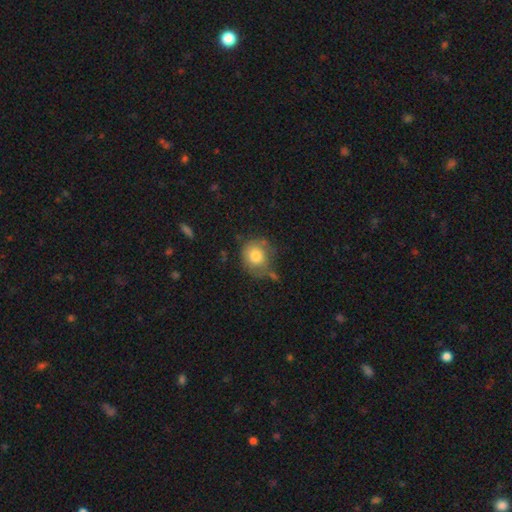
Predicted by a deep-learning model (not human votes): Morphology: type=smooth (78%); roundness=round (81%); merging=none (54%).